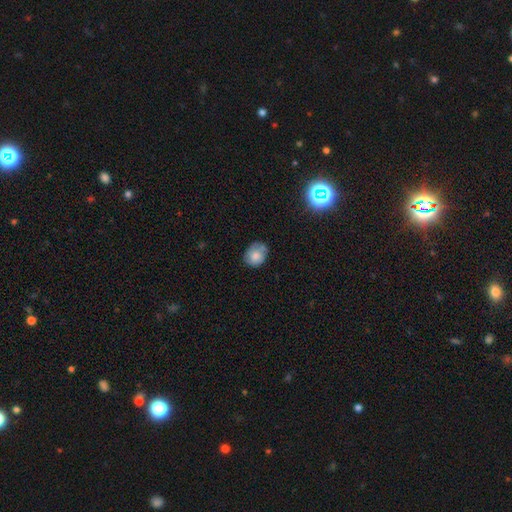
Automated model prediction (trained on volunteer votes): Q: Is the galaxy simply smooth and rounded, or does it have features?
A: smooth — 72%.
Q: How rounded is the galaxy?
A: round — 55%.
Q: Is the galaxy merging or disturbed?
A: none — 58%.